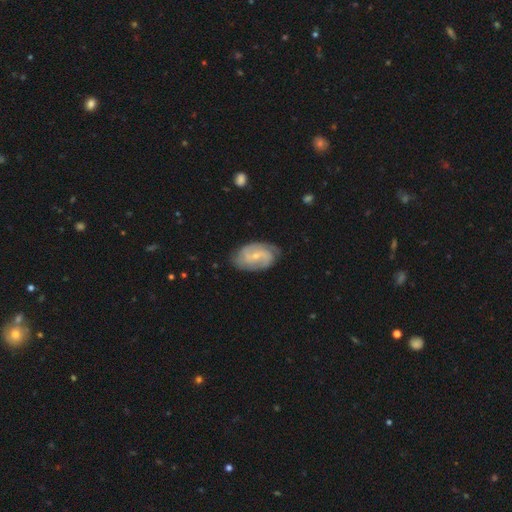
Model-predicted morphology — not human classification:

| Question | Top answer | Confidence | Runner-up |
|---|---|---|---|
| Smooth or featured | featured or disk | 81% | smooth (14%) |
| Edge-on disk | no | 97% | yes (3%) |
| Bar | weak | 47% | no (41%) |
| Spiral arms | yes | 95% | no (5%) |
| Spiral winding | medium | 44% | tight (39%) |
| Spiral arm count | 2 | 57% | can't tell (18%) |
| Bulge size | small | 71% | moderate (25%) |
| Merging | none | 75% | minor disturbance (19%) |